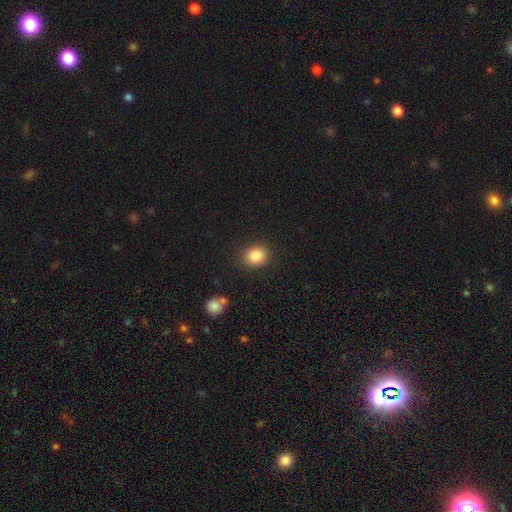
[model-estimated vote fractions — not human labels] A smooth galaxy with no disk features (85%) that is round (66%). Merging: none (87%).